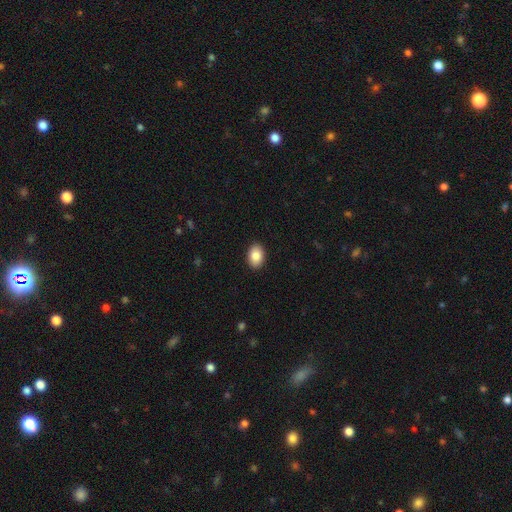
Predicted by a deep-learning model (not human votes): Smooth or featured? Predicted: smooth (p=0.86). How rounded? Predicted: in between (p=0.85). Merging? Predicted: none (p=0.91).